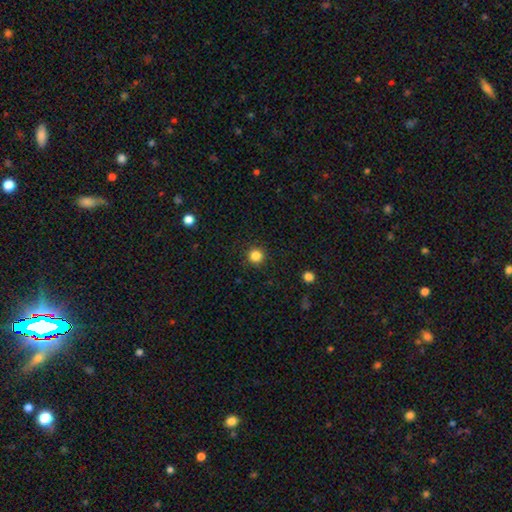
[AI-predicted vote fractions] Smooth or featured? Predicted: smooth (p=0.84). How rounded? Predicted: round (p=0.96). Merging? Predicted: none (p=0.92).